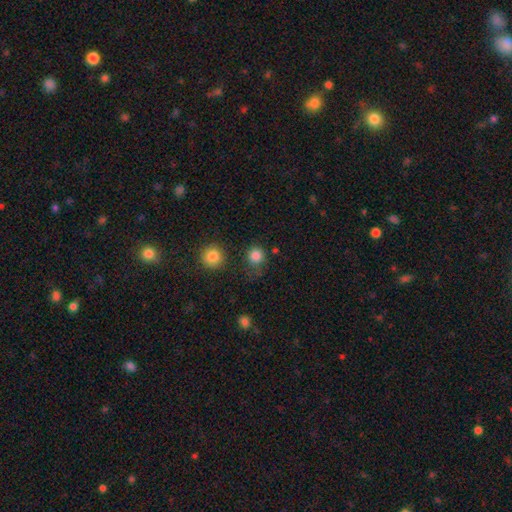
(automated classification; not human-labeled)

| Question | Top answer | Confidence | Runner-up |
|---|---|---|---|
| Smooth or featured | smooth | 83% | star or artifact (13%) |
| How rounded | round | 90% | in between (9%) |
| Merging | none | 75% | minor disturbance (14%) |